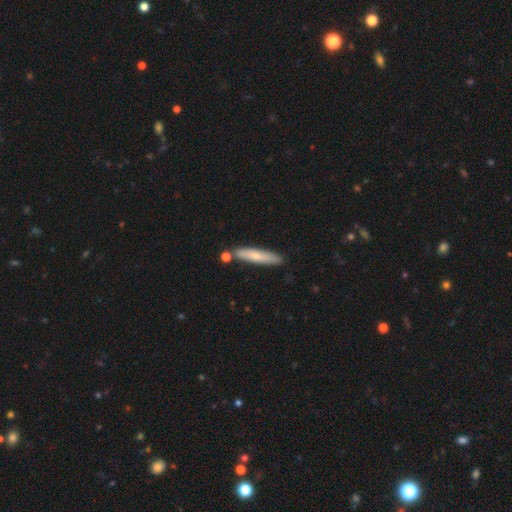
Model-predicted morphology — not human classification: Q: Smooth or featured?
A: smooth (66%); runner-up: featured or disk (28%)
Q: How rounded?
A: cigar-shaped (88%); runner-up: in between (10%)
Q: Merging?
A: none (78%); runner-up: minor disturbance (11%)